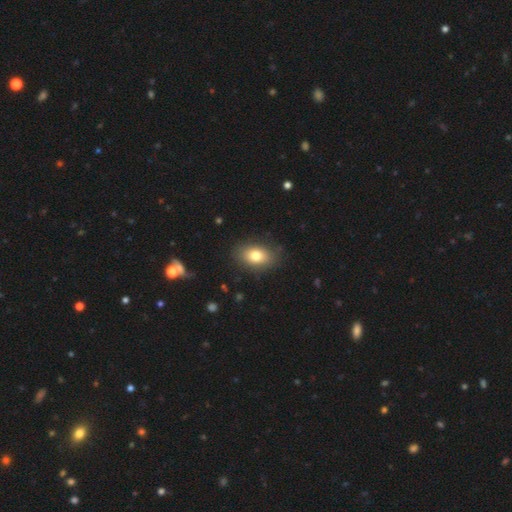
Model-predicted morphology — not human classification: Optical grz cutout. It shows a smooth galaxy with no disk features (77%) that is in between round and cigar-shaped (82%). Merging: none (85%).